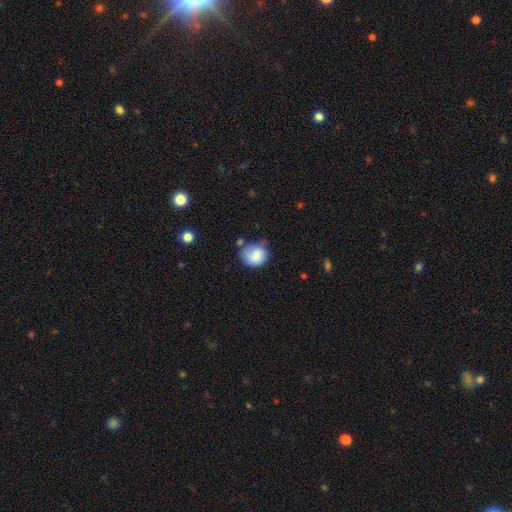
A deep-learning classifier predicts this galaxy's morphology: A smooth galaxy with no disk features (83%) that is round (67%). Merging: none (46%).